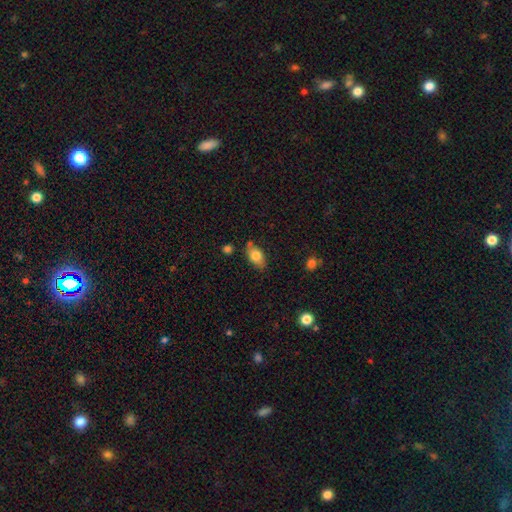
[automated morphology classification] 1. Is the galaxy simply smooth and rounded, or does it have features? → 77% smooth, 15% featured or disk, 7% star or artifact.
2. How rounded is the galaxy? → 89% in between, 7% round, 4% cigar-shaped.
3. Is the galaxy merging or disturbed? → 74% none, 19% minor disturbance, 4% merger, 3% major disturbance.